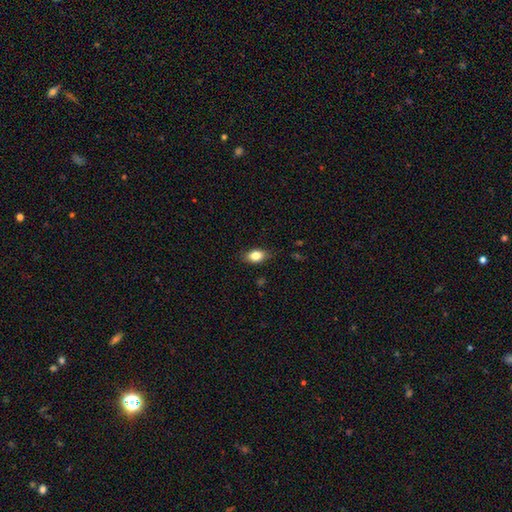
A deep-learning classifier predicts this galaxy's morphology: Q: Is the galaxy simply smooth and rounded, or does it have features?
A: smooth — 82%.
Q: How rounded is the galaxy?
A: in between — 84%.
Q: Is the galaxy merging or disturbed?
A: none — 83%.